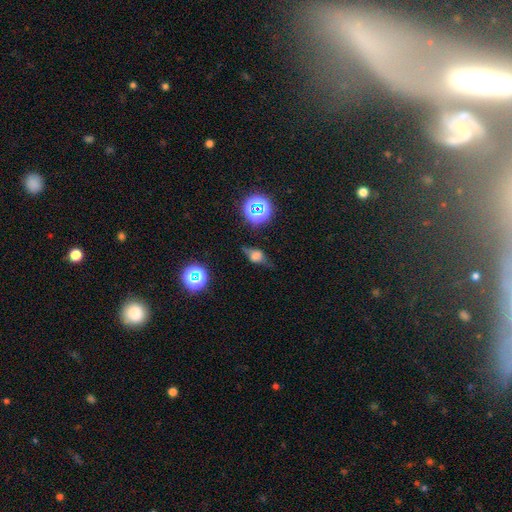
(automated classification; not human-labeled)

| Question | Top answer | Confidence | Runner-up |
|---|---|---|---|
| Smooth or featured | smooth | 47% | featured or disk (36%) |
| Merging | none | 60% | minor disturbance (25%) |